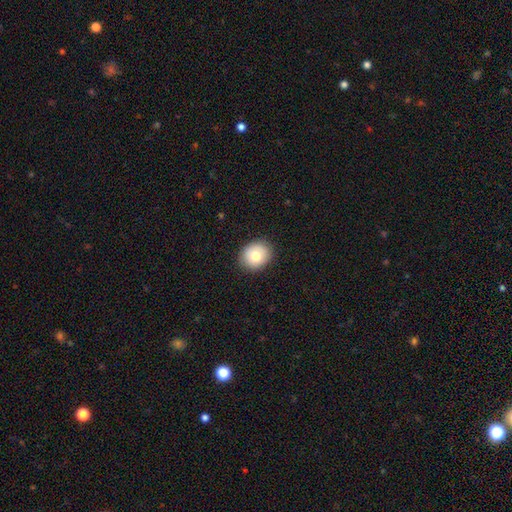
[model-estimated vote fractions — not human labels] A smooth galaxy with no disk features (75%) that is round (68%).

Vote fractions:
- Smooth or featured? smooth: 75% / featured or disk: 16% / star or artifact: 9%
- How rounded? round: 68% / in between: 31% / cigar-shaped: 1%
- Merging? none: 89% / minor disturbance: 8% / major disturbance: 2% / merger: 1%